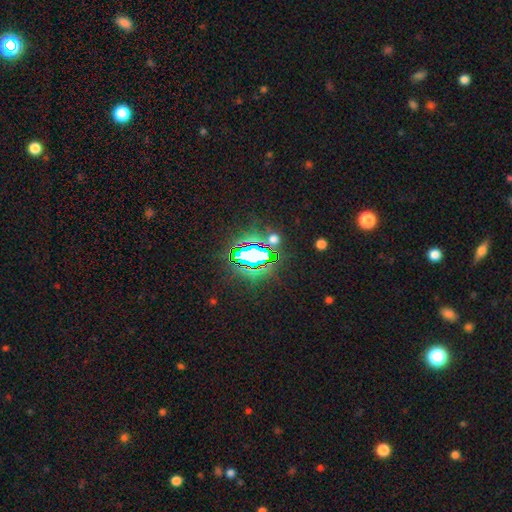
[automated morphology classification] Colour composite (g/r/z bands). It shows a star or artifact, not a galaxy (71%).